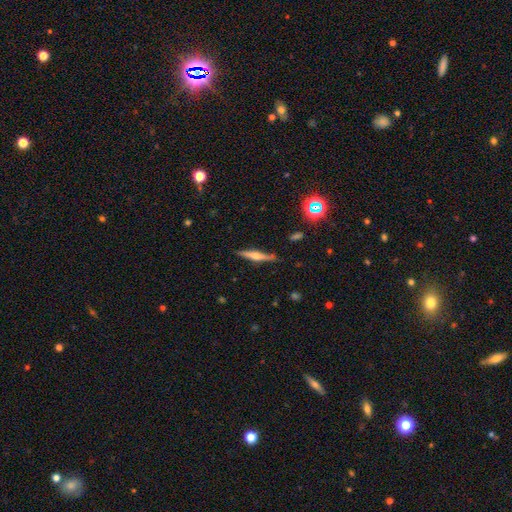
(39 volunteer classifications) Overall: featured or disk (62%; smooth 31%). Edge-on disk: yes (96%). Edge-on bulge: rounded (87%). Merging: none (78%).